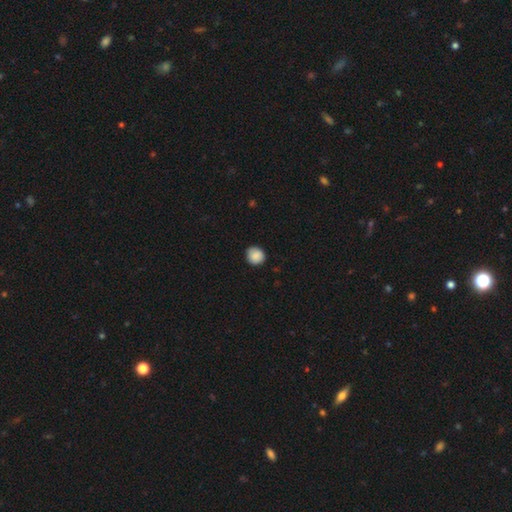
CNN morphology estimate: This is clearly a smooth galaxy (88%). How rounded: clearly round (89%). Merging: clearly none (87%).